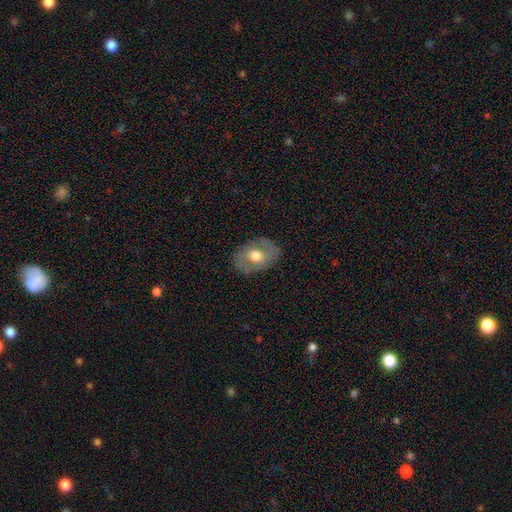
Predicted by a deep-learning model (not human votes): This appears to be a featured or disk galaxy (49%). Merging: none (79%).